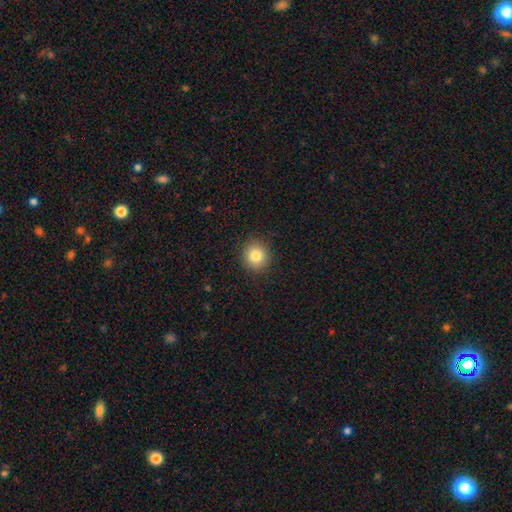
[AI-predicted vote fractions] smooth-or-featured: smooth: 82% | star or artifact: 10% | featured or disk: 7%
  how-rounded: round: 86% | in between: 13% | cigar-shaped: 1%
  merging: none: 90% | minor disturbance: 7% | major disturbance: 2% | merger: 1%